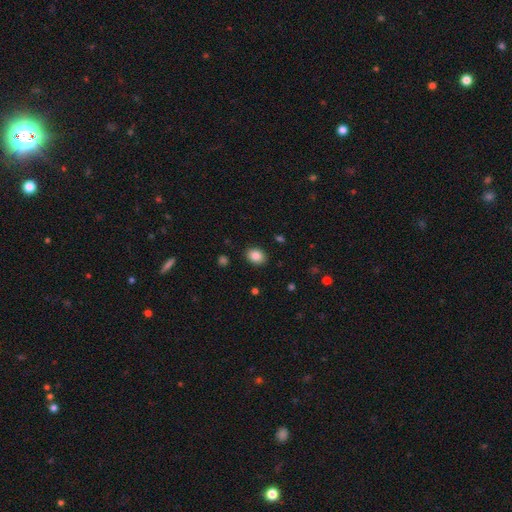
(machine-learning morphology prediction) This is clearly a smooth galaxy (86%). How rounded: likely in between (64%). Merging: clearly none (88%).